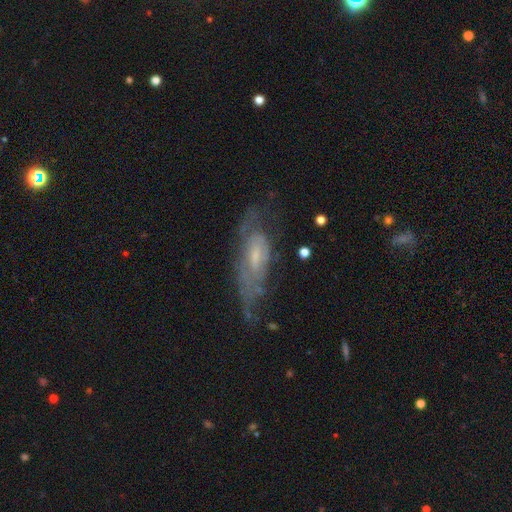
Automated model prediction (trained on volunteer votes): featured or disk 72%, smooth 20%, star or artifact 8%. Down the decision tree: edge-on disk — no (81%); bar — no (48%); spiral arms — yes (75%); bulge size — small (51%); merging — none (52%).